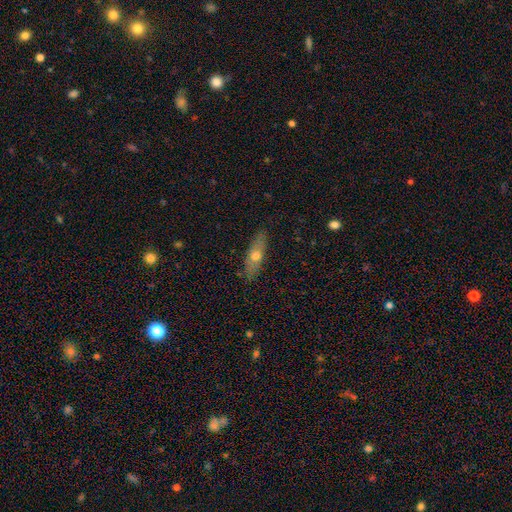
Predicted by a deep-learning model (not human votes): smooth 52%, featured or disk 41%, star or artifact 7%. Down the decision tree: how rounded — cigar-shaped (54%); merging — none (87%).